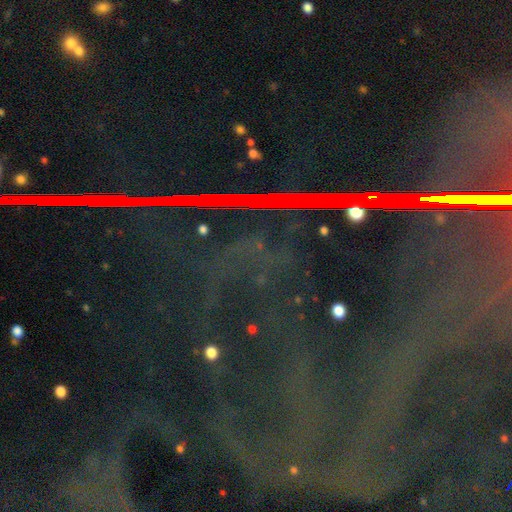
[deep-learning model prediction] Smooth or featured? star or artifact (86%)